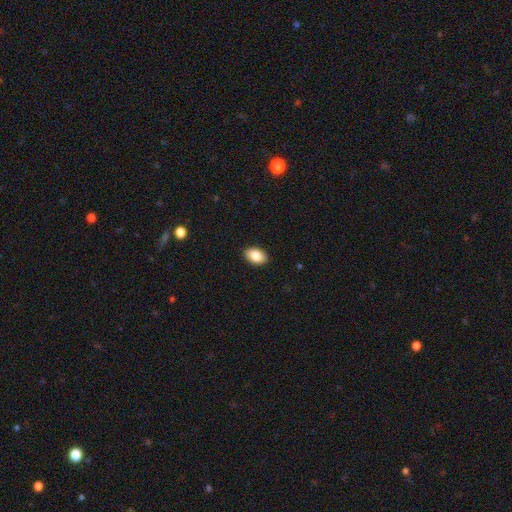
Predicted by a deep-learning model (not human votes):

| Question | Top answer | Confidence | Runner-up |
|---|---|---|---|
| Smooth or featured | smooth | 86% | star or artifact (7%) |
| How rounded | in between | 91% | round (8%) |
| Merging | none | 90% | minor disturbance (7%) |